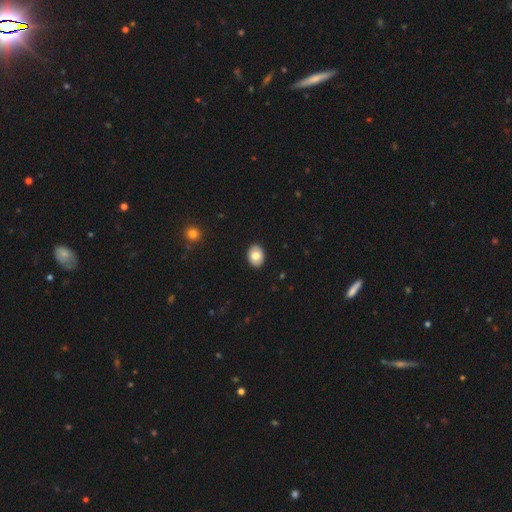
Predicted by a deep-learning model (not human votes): smooth_or_featured: smooth (p=0.79) [alt: featured or disk p=0.14]
how_rounded: in between (p=0.68) [alt: round p=0.31]
merging: none (p=0.91) [alt: minor disturbance p=0.06]